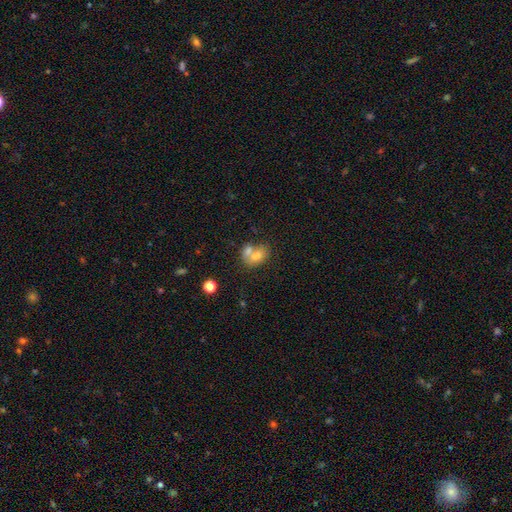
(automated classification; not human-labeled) A smooth galaxy with no disk features (69%) that is in between round and cigar-shaped (72%). Merging: merger (58%).